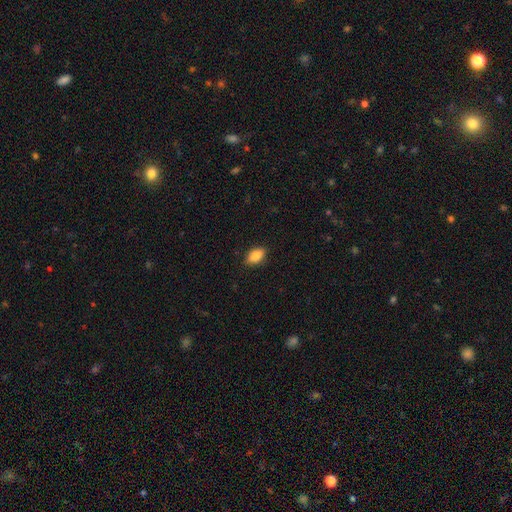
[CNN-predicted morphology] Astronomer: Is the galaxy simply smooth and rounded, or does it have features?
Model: smooth — 84%.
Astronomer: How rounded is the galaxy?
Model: in between — 88%.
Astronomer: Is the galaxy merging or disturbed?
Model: none — 86%.